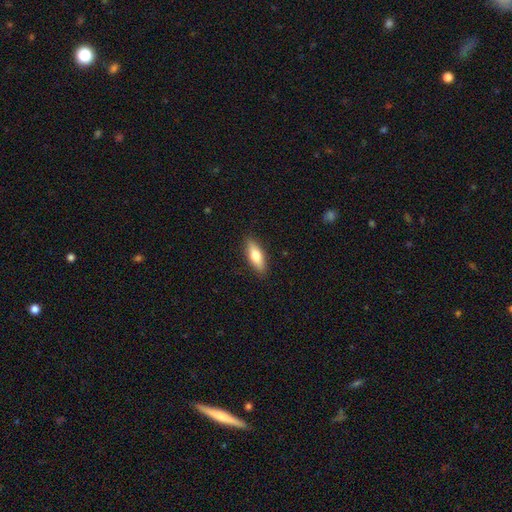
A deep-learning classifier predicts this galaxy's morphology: This is likely a smooth galaxy (70%). How rounded: possibly in between (60%). Merging: clearly none (88%).